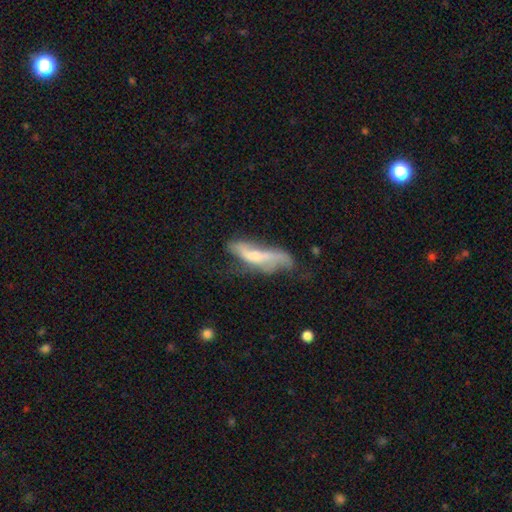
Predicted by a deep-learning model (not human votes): Overall: featured or disk (56%; smooth 37%). Edge-on disk: no (70%; yes 30%). Merging: major disturbance (32%, tied with none).